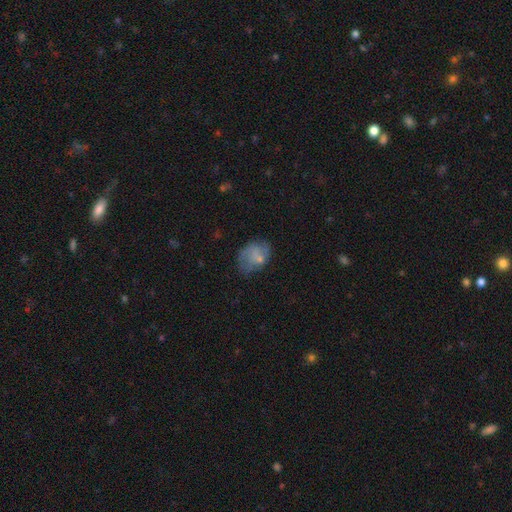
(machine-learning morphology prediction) A smooth galaxy with no disk features (58%) that is in between round and cigar-shaped (72%). Merging: none (46%).